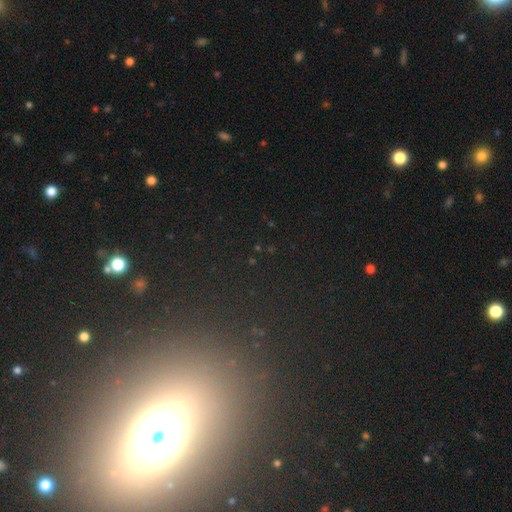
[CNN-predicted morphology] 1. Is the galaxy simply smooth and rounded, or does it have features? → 60% star or artifact, 21% smooth, 19% featured or disk.